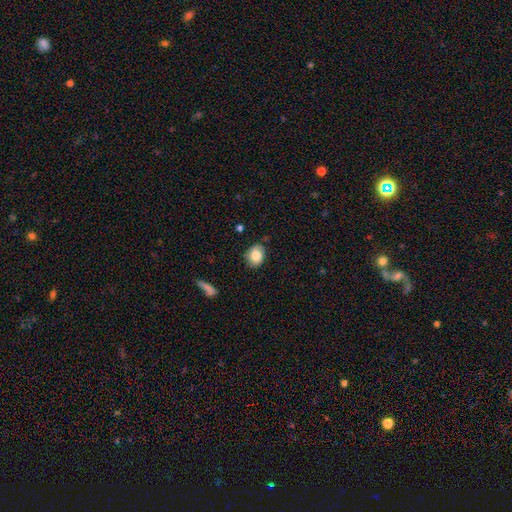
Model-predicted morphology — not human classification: A smooth galaxy with no disk features (79%) that is in between round and cigar-shaped (57%). Merging: none (72%).